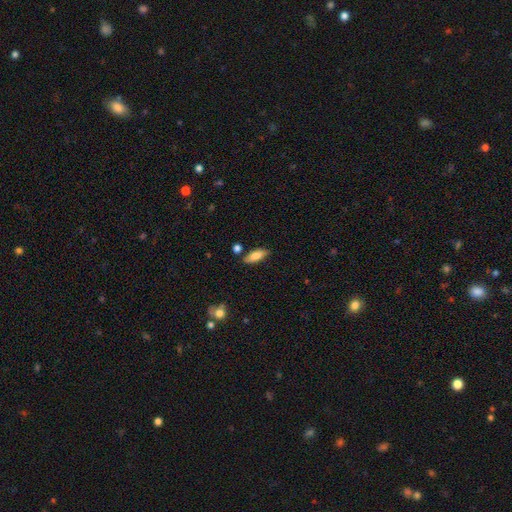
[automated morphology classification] smooth-or-featured: smooth: 84% | featured or disk: 9% | star or artifact: 7%
  how-rounded: in between: 77% | cigar-shaped: 21% | round: 2%
  merging: none: 78% | minor disturbance: 15% | merger: 5% | major disturbance: 3%